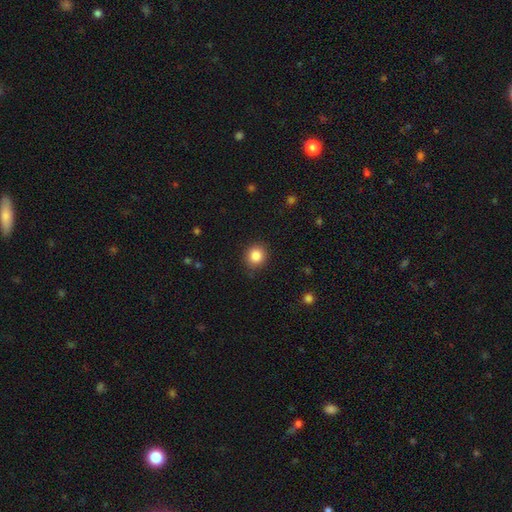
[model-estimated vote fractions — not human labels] A smooth galaxy with no disk features (85%) that is round (85%). Merging: none (87%).